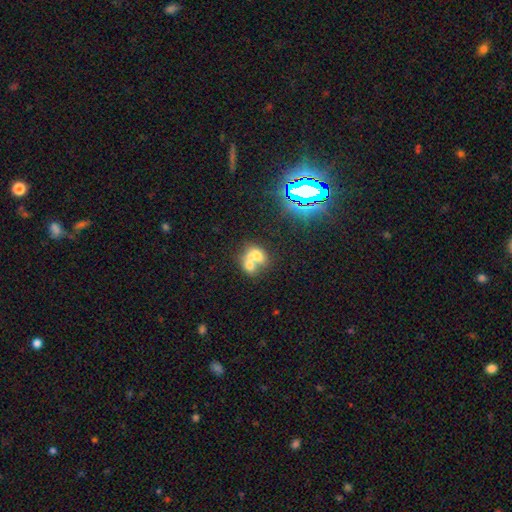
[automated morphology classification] This appears to be a smooth galaxy with no disk features (59%) that is in between round and cigar-shaped (56%). Merging: merger (73%).